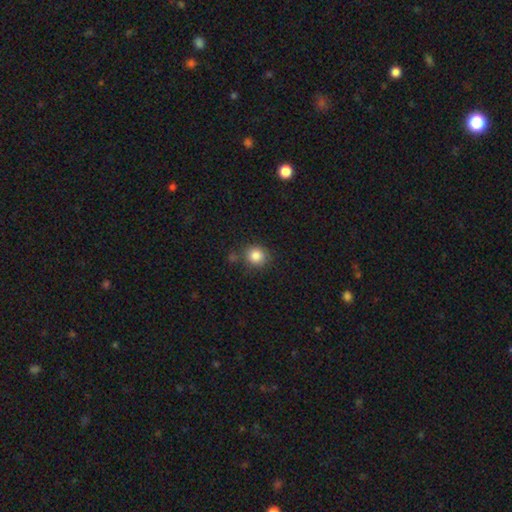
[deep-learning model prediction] A smooth galaxy with no disk features (85%) that is round (88%). Merging: none (78%).